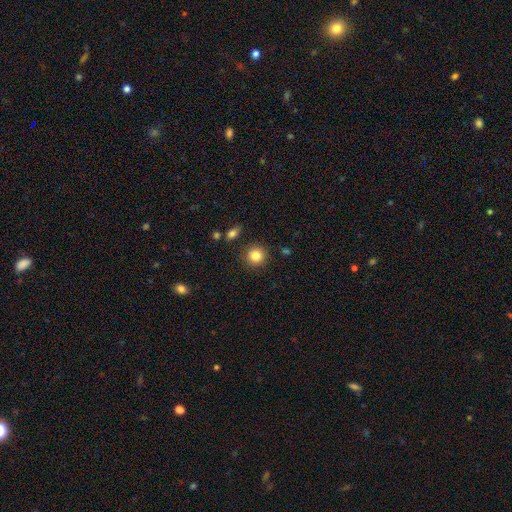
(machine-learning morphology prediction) Q: Smooth or featured?
A: smooth (84%); runner-up: star or artifact (10%)
Q: How rounded?
A: round (92%); runner-up: in between (7%)
Q: Merging?
A: none (88%); runner-up: minor disturbance (7%)